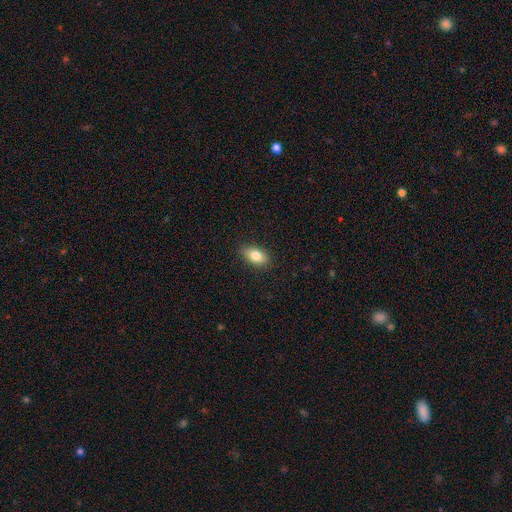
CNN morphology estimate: Smooth or featured? smooth (82%)
How rounded? in between (88%)
Merging? none (86%)